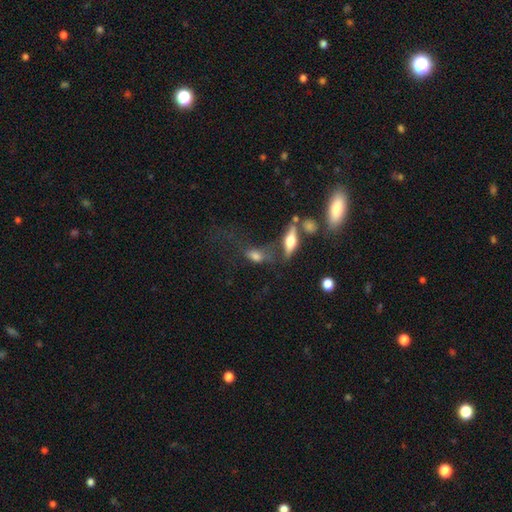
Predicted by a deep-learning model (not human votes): Smooth or featured?
  - smooth: 61% *
  - featured or disk: 27%
  - star or artifact: 12%
How rounded?
  - in between: 73% *
  - cigar-shaped: 16%
  - round: 11%
Merging?
  - none: 37% *
  - major disturbance: 23%
  - merger: 21%
  - minor disturbance: 19%